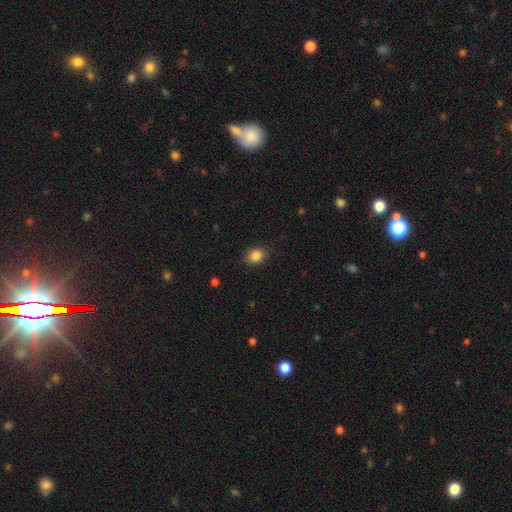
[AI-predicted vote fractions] Q: Smooth or featured?
A: smooth (86%); runner-up: star or artifact (9%)
Q: How rounded?
A: in between (59%); runner-up: round (40%)
Q: Merging?
A: none (85%); runner-up: minor disturbance (11%)